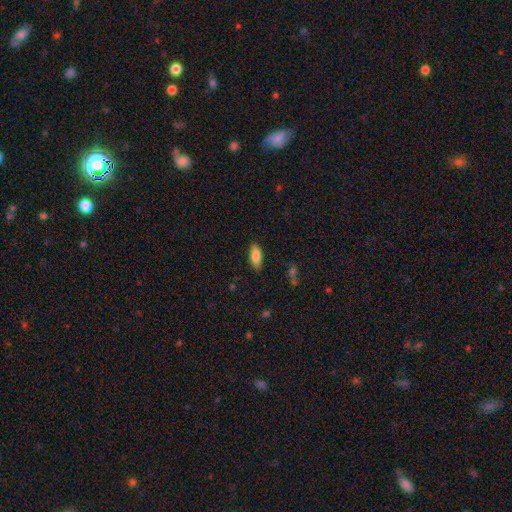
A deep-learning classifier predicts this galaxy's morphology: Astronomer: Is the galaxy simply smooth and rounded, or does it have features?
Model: smooth — 85%.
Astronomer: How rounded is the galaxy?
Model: in between — 83%.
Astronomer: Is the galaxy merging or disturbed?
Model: none — 86%.